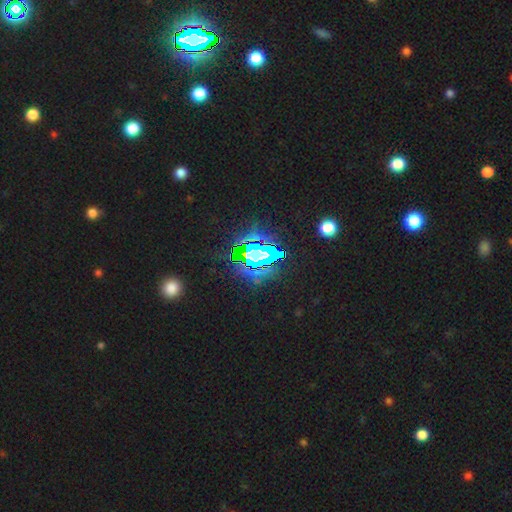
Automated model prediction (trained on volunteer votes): This is clearly a star or artifact rather than a galaxy (84%).